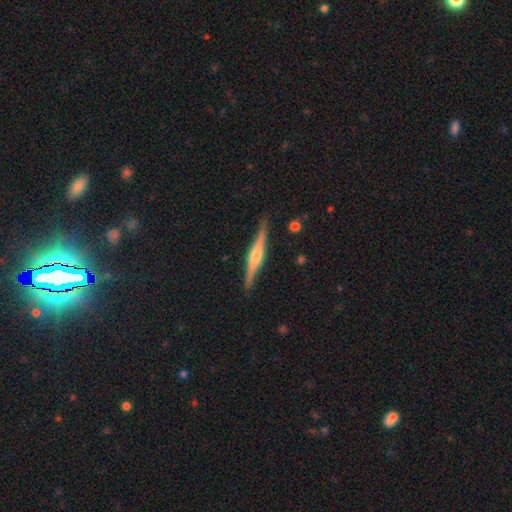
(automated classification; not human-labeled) Smooth or featured? featured or disk (80%)
Edge-on disk? yes (98%)
Edge-on bulge? rounded (83%)
Merging? none (89%)